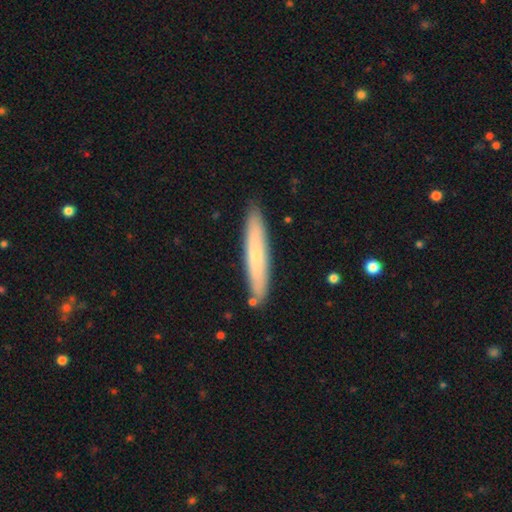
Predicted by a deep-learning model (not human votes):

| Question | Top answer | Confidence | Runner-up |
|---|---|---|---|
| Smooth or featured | smooth | 62% | featured or disk (33%) |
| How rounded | cigar-shaped | 92% | in between (6%) |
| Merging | none | 88% | minor disturbance (8%) |